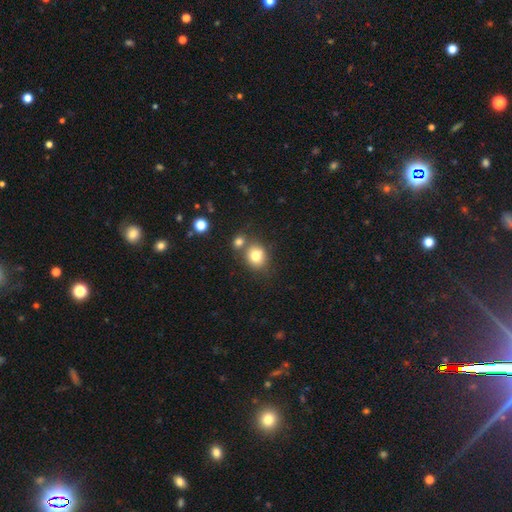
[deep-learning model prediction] This appears to be a smooth galaxy with no disk features (79%) that is round (73%). Merging: none (61%).